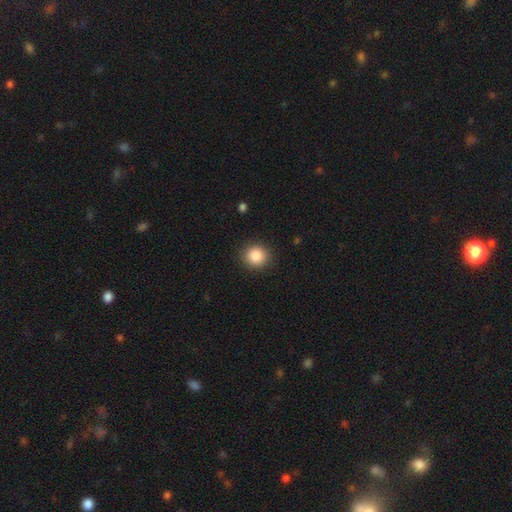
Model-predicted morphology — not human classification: Smooth or featured?
  - smooth: 87% *
  - star or artifact: 9%
  - featured or disk: 4%
How rounded?
  - round: 88% *
  - in between: 11%
  - cigar-shaped: 1%
Merging?
  - none: 90% *
  - minor disturbance: 7%
  - major disturbance: 2%
  - merger: 1%